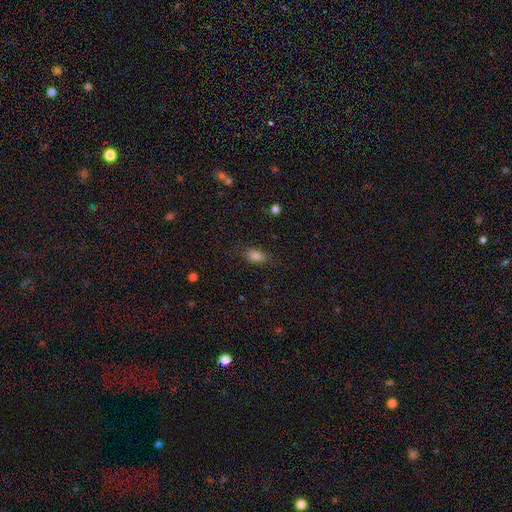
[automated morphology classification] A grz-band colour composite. It shows a smooth galaxy with no disk features (81%) that is in between round and cigar-shaped (82%). Merging: none (79%).